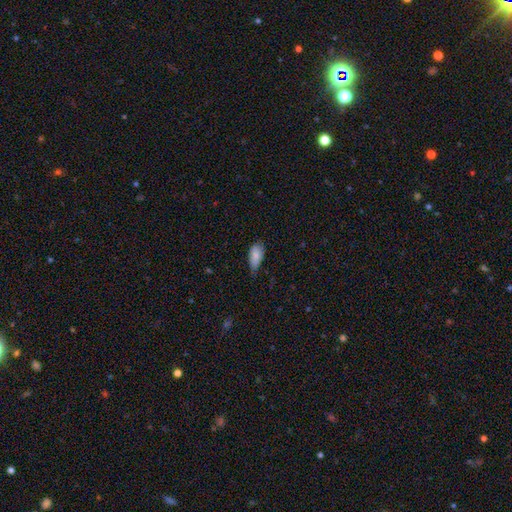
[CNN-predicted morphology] A smooth galaxy with no disk features (82%) that is in between round and cigar-shaped (91%).

Vote fractions:
- Smooth or featured? smooth: 82% / featured or disk: 11% / star or artifact: 7%
- How rounded? in between: 91% / cigar-shaped: 5% / round: 3%
- Merging? minor disturbance: 45% / none: 44% / major disturbance: 10% / merger: 2%